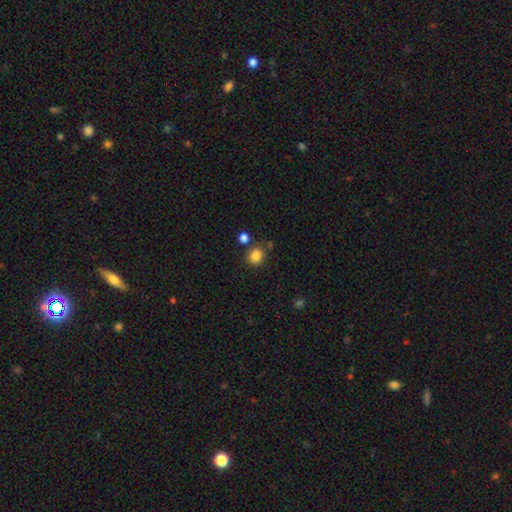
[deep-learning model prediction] smooth_or_featured: smooth (p=0.85) [alt: star or artifact p=0.11]
how_rounded: round (p=0.88) [alt: in between p=0.11]
merging: none (p=0.78) [alt: merger p=0.09]